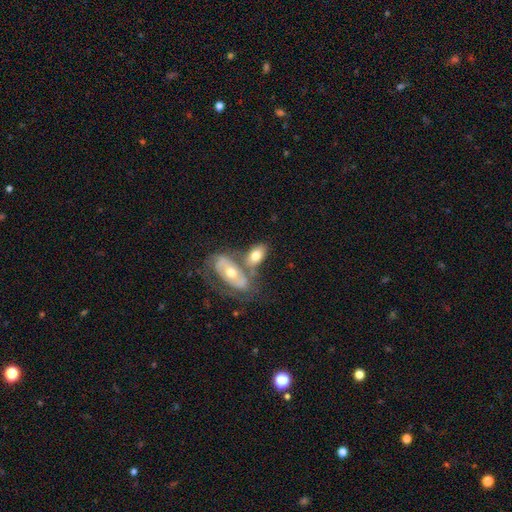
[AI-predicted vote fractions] Smooth or featured? smooth (54%)
How rounded? in between (91%)
Merging? merger (44%)